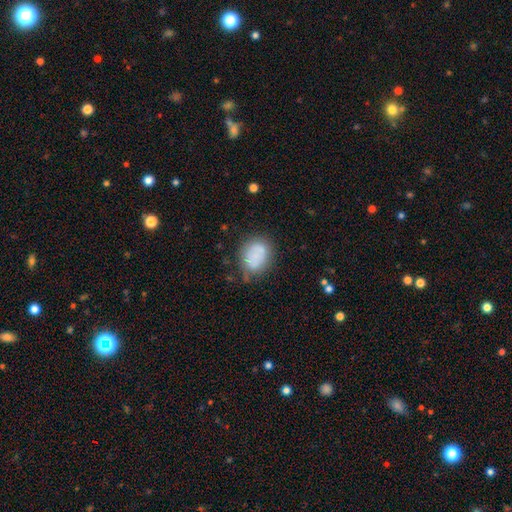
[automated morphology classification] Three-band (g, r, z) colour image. It shows a smooth galaxy with no disk features (75%) that is in between round and cigar-shaped (58%). Merging: none (52%).